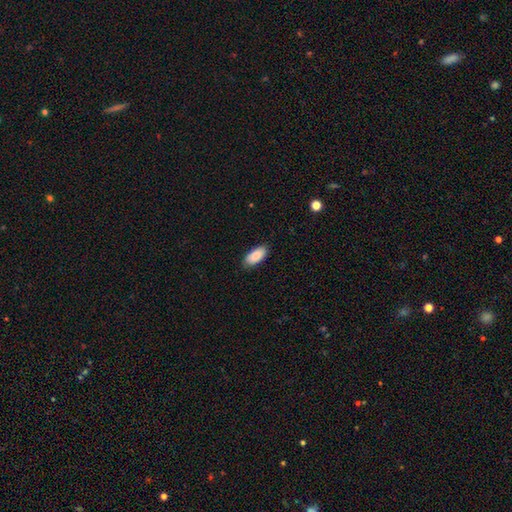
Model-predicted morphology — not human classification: type=smooth (87%); roundness=in between (91%); merging=none (85%).